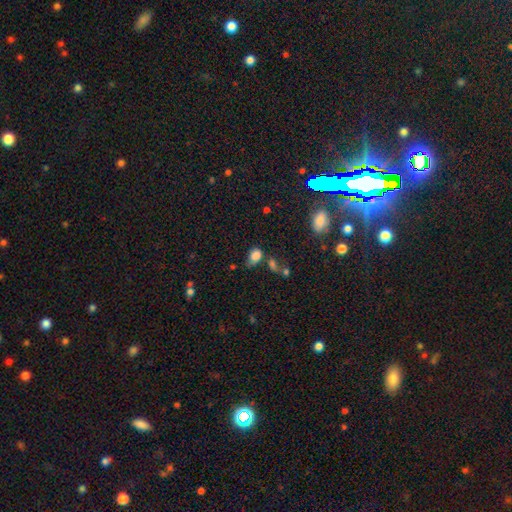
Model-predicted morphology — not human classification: type=smooth (80%); roundness=in between (77%); merging=none (38%).